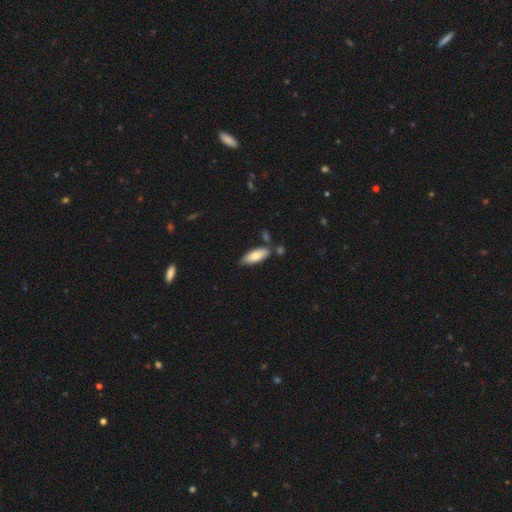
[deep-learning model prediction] smooth 73%, featured or disk 21%, star or artifact 6%. Down the decision tree: how rounded — in between (71%); merging — none (75%).